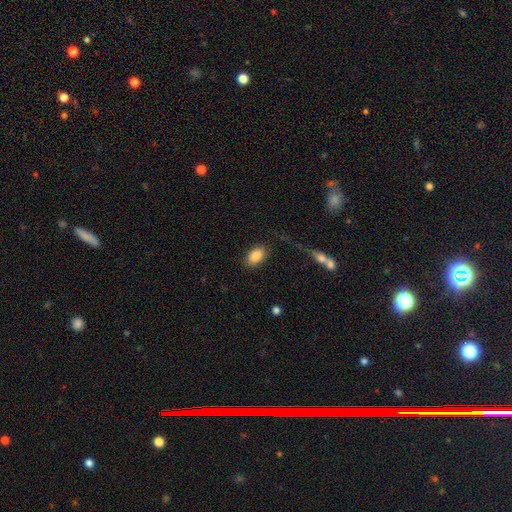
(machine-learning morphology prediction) smooth 87%, star or artifact 7%, featured or disk 6%. Down the decision tree: how rounded — in between (91%); merging — none (83%).